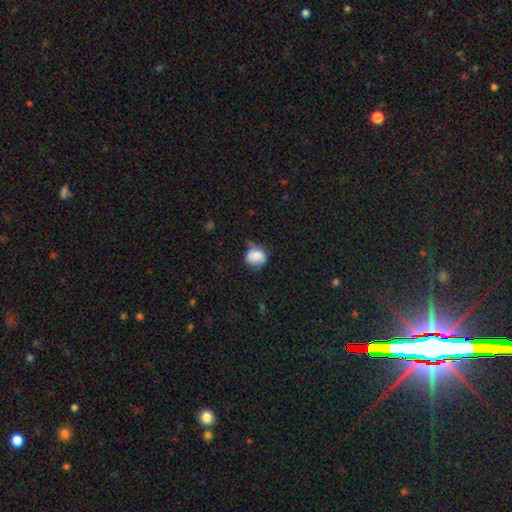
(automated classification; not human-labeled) Q: Smooth or featured?
A: smooth (75%); runner-up: featured or disk (17%)
Q: How rounded?
A: round (63%); runner-up: in between (36%)
Q: Merging?
A: none (42%); runner-up: minor disturbance (38%)